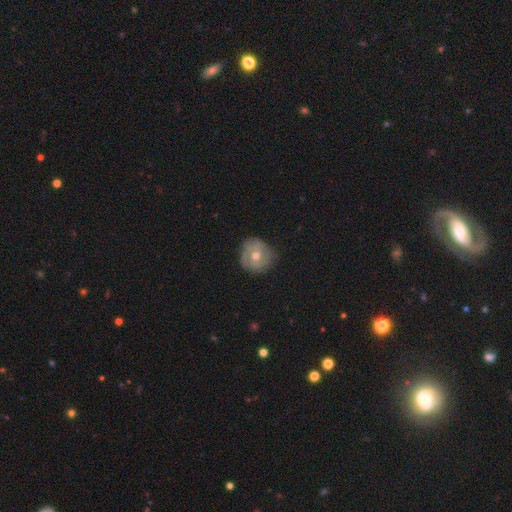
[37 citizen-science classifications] Smooth or featured?
  - featured or disk: 59% *
  - smooth: 38%
  - star or artifact: 3%
Edge-on disk?
  - no: 100% *
  - yes: 0%
Bar?
  - no: 68% *
  - weak: 23%
  - strong: 9%
Spiral arms?
  - yes: 68% *
  - no: 32%
Spiral winding?
  - tight: 47% * (tied)
  - medium: 47% * (tied)
  - loose: 7%
Spiral arm count?
  - 2: 40% * (tied)
  - can't tell: 40% * (tied)
  - 3: 13%
  - 1: 7%
  - 4: 0%
  - more than 4: 0%
Bulge size?
  - moderate: 73% *
  - small: 27%
  - dominant: 0%
  - large: 0%
  - none: 0%
Merging?
  - none: 75% *
  - minor disturbance: 25%
  - major disturbance: 0%
  - merger: 0%